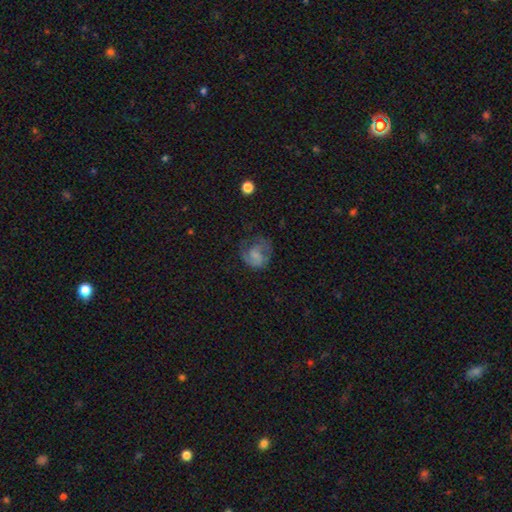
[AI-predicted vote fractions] A featured or disk galaxy (50%).

Vote fractions:
- Smooth or featured? featured or disk: 50% / smooth: 40% / star or artifact: 10%
- Edge-on disk? no: 98% / yes: 2%
- Merging? none: 45% / major disturbance: 29% / minor disturbance: 25% / merger: 2%